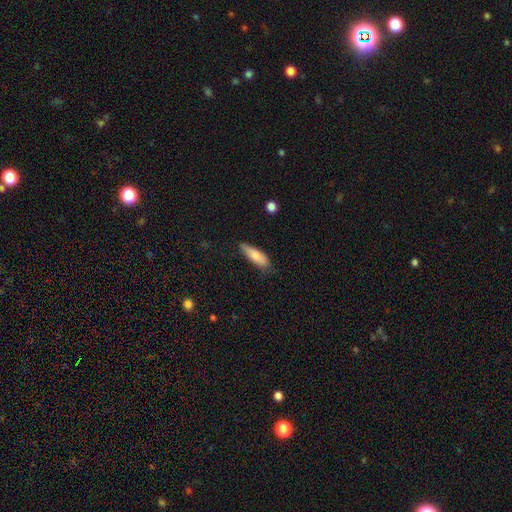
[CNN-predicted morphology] This appears to be a smooth galaxy with no disk features (77%) that is cigar-shaped (51%). Merging: none (70%).